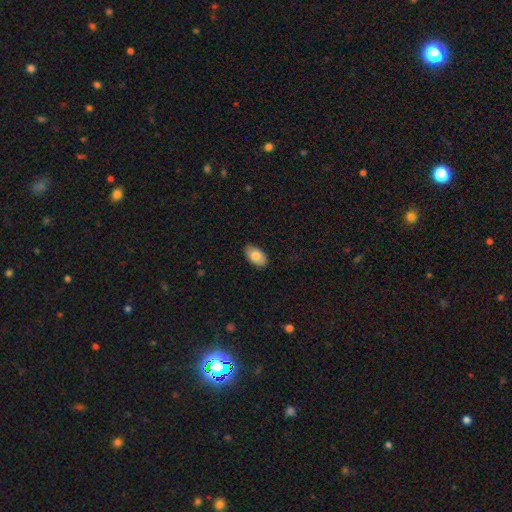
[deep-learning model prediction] smooth_or_featured: smooth (p=0.82) [alt: featured or disk p=0.12]
how_rounded: in between (p=0.94) [alt: round p=0.05]
merging: none (p=0.86) [alt: minor disturbance p=0.11]